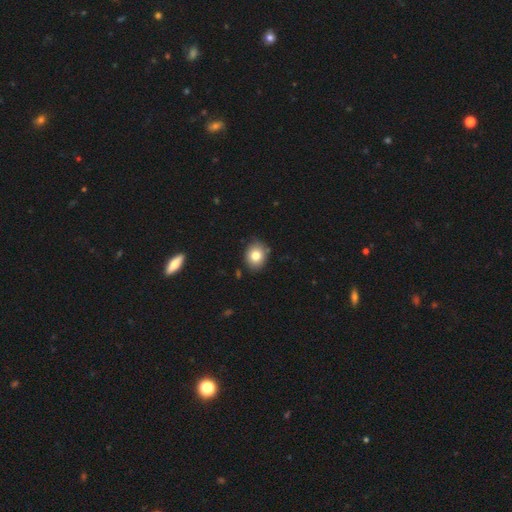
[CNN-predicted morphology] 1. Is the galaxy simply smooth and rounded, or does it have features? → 79% smooth, 10% featured or disk, 10% star or artifact.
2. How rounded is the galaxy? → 60% round, 39% in between, 1% cigar-shaped.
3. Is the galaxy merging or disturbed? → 85% none, 11% minor disturbance, 2% major disturbance, 2% merger.